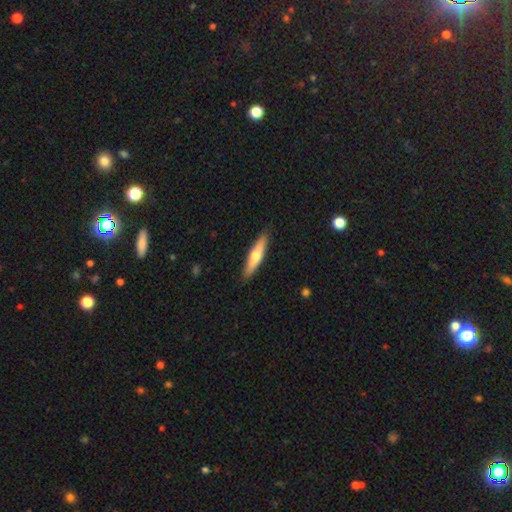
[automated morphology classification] Smooth or featured?
  - smooth: 52% *
  - featured or disk: 43%
  - star or artifact: 5%
How rounded?
  - cigar-shaped: 80% *
  - in between: 18%
  - round: 2%
Merging?
  - none: 90% *
  - minor disturbance: 8%
  - major disturbance: 2%
  - merger: 1%